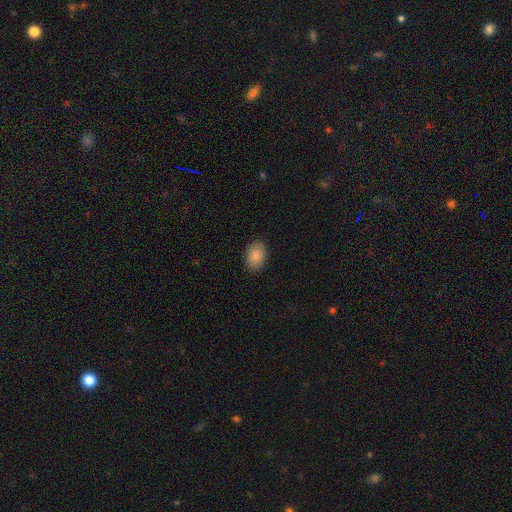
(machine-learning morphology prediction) Q: Smooth or featured?
A: smooth (88%); runner-up: star or artifact (7%)
Q: How rounded?
A: in between (81%); runner-up: round (18%)
Q: Merging?
A: none (88%); runner-up: minor disturbance (9%)